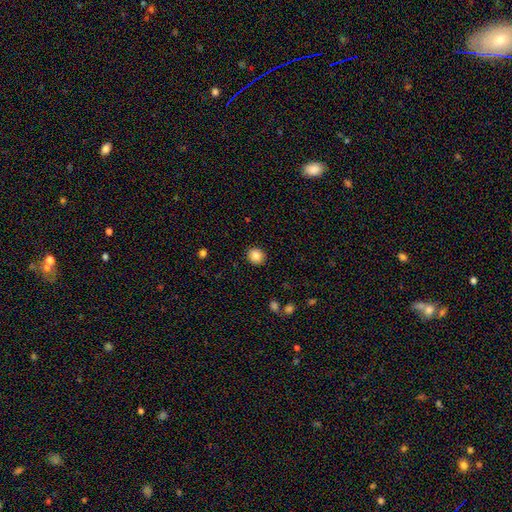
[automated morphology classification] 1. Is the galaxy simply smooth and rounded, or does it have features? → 86% smooth, 9% star or artifact, 5% featured or disk.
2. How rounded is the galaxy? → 83% round, 16% in between, 1% cigar-shaped.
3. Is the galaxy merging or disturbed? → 91% none, 6% minor disturbance, 2% major disturbance, 1% merger.